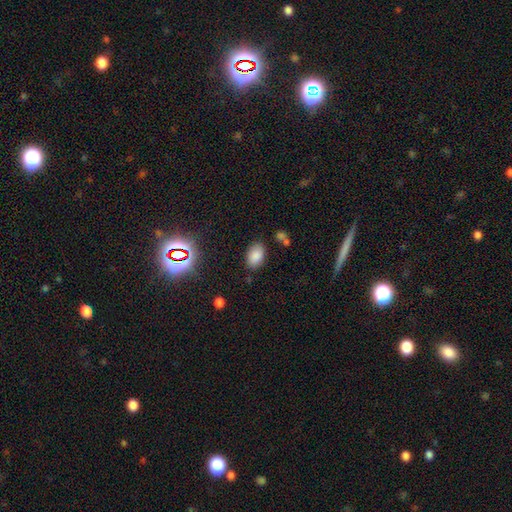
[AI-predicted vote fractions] Overall: smooth (83%). How rounded: in between (90%). Merging: none (81%).